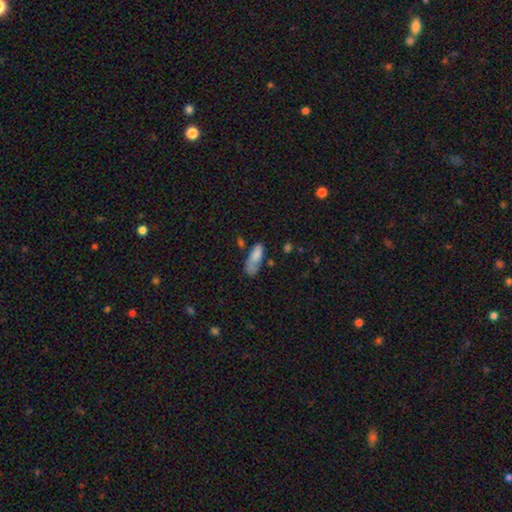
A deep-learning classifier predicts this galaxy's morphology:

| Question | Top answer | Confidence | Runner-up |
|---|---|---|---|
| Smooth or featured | smooth | 77% | featured or disk (16%) |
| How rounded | in between | 74% | cigar-shaped (23%) |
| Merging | none | 41% | minor disturbance (30%) |